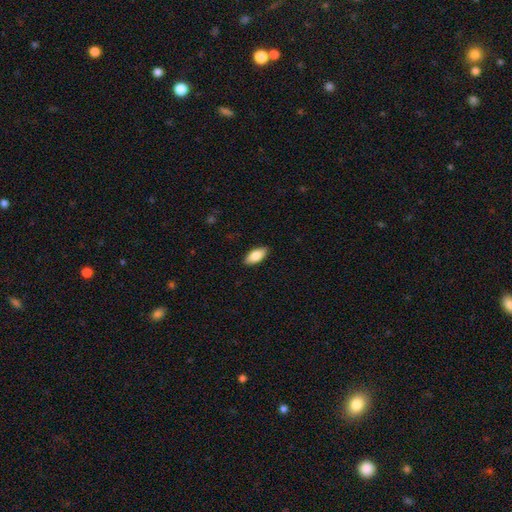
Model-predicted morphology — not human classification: Q: Smooth or featured?
A: smooth (82%); runner-up: featured or disk (12%)
Q: How rounded?
A: in between (90%); runner-up: cigar-shaped (8%)
Q: Merging?
A: none (89%); runner-up: minor disturbance (9%)